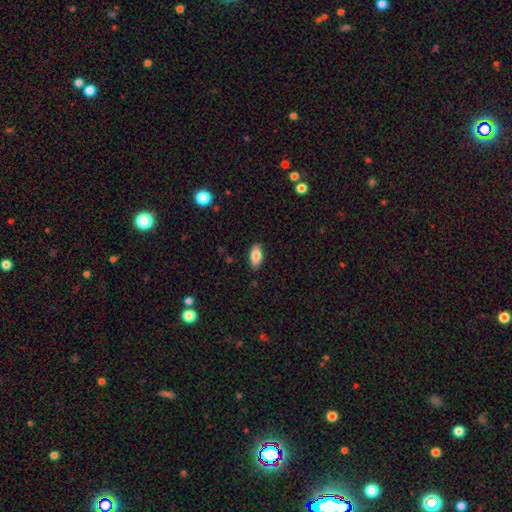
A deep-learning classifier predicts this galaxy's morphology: smooth_or_featured: smooth (p=0.84) [alt: featured or disk p=0.09]
how_rounded: in between (p=0.91) [alt: cigar-shaped p=0.06]
merging: none (p=0.88) [alt: minor disturbance p=0.09]